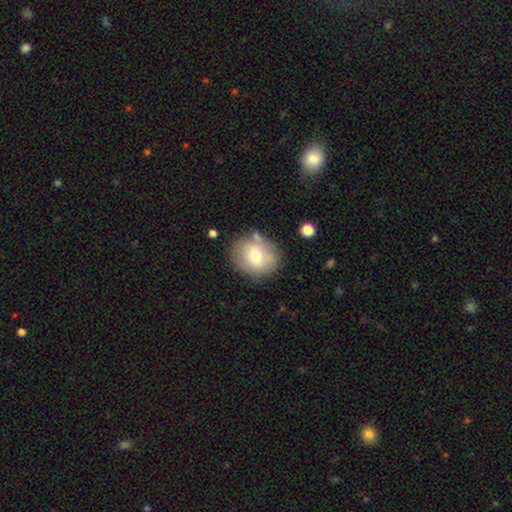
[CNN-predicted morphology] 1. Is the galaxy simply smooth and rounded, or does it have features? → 68% smooth, 23% featured or disk, 9% star or artifact.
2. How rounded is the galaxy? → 76% round, 23% in between, 1% cigar-shaped.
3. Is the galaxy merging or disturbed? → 73% none, 16% minor disturbance, 6% merger, 5% major disturbance.